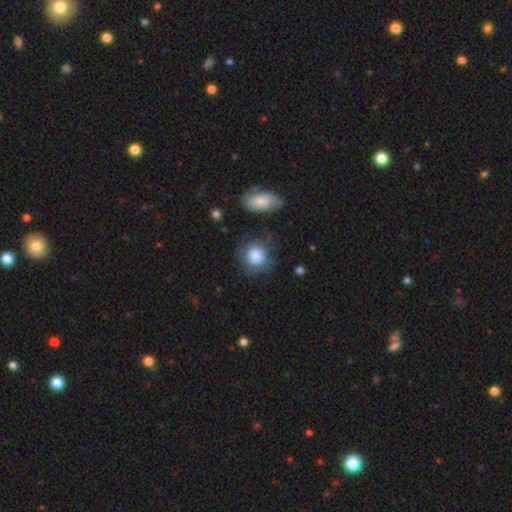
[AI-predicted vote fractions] Smooth or featured? Predicted: smooth (p=0.80). How rounded? Predicted: round (p=0.84). Merging? Predicted: none (p=0.64).